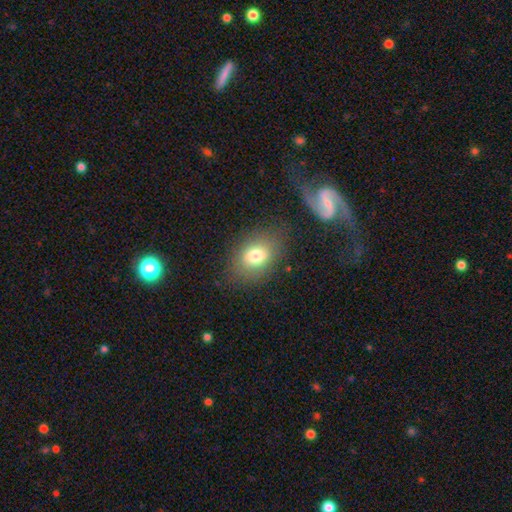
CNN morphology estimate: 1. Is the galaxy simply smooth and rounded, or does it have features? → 75% smooth, 14% featured or disk, 11% star or artifact.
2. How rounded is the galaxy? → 70% in between, 29% round, 1% cigar-shaped.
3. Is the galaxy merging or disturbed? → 76% none, 15% minor disturbance, 7% major disturbance, 3% merger.